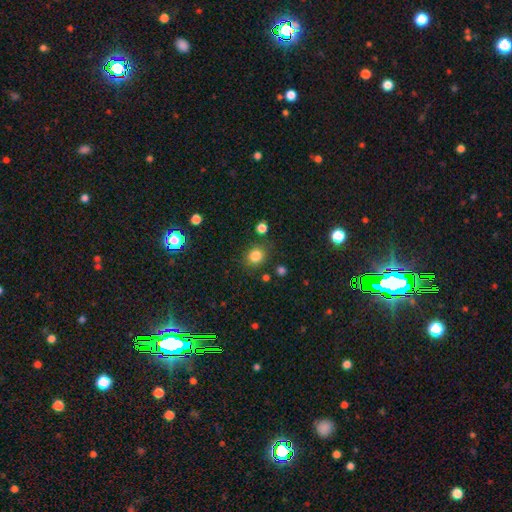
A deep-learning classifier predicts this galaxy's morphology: Smooth or featured? smooth (82%)
How rounded? round (78%)
Merging? none (79%)